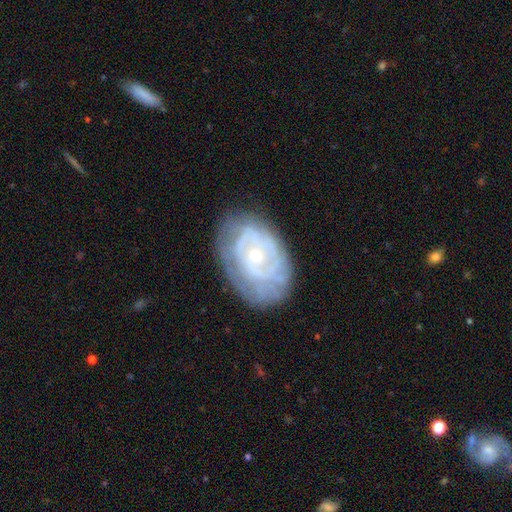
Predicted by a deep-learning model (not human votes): featured or disk 75%, smooth 18%, star or artifact 6%. Down the decision tree: edge-on disk — no (96%); bar — no (78%); spiral arms — yes (77%); spiral arm count — can't tell (55%); spiral winding — tight (72%); bulge size — small (63%); merging — none (68%).